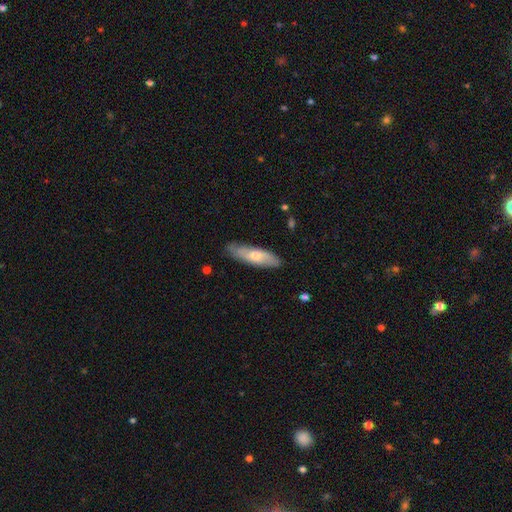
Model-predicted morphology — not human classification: Smooth or featured: smooth — 56% (featured or disk — 39%)
How rounded: cigar-shaped — 56% (in between — 42%)
Merging: none — 80% (minor disturbance — 16%)